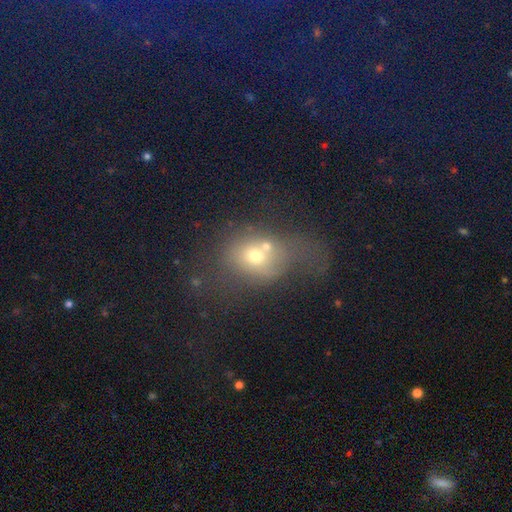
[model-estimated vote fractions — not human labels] smooth-or-featured: smooth: 57% | featured or disk: 26% | star or artifact: 17%
  how-rounded: round: 56% | in between: 42% | cigar-shaped: 2%
  merging: merger: 40% | major disturbance: 24% | none: 23% | minor disturbance: 13%